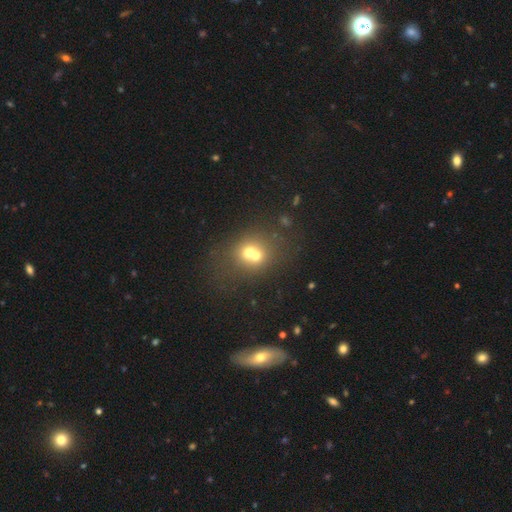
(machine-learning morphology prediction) A smooth galaxy with no disk features (61%) that is round (75%).

Vote fractions:
- Smooth or featured? smooth: 61% / featured or disk: 24% / star or artifact: 15%
- How rounded? round: 75% / in between: 24% / cigar-shaped: 1%
- Merging? merger: 59% / none: 31% / minor disturbance: 6% / major disturbance: 4%